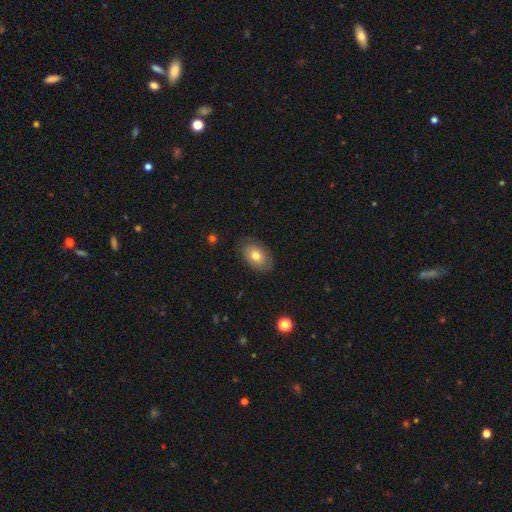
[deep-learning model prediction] Smooth or featured? smooth (71%)
How rounded? in between (85%)
Merging? none (81%)